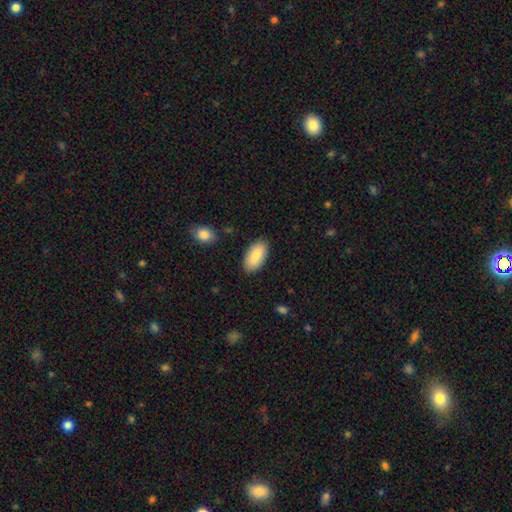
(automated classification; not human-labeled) smooth_or_featured: smooth (p=0.86) [alt: featured or disk p=0.08]
how_rounded: in between (p=0.94) [alt: cigar-shaped p=0.04]
merging: none (p=0.87) [alt: minor disturbance p=0.10]